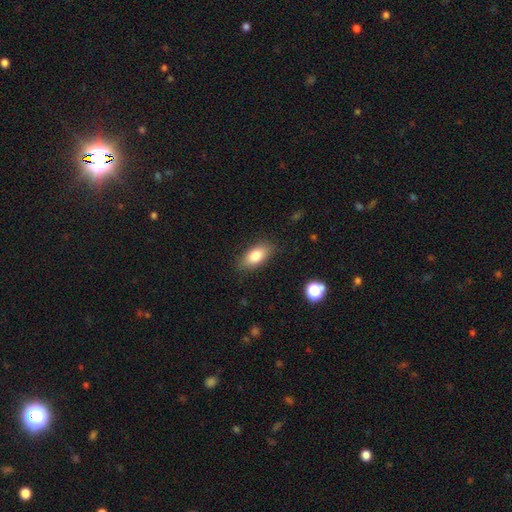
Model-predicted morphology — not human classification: Smooth or featured? Predicted: smooth (p=0.81). How rounded? Predicted: in between (p=0.87). Merging? Predicted: none (p=0.84).